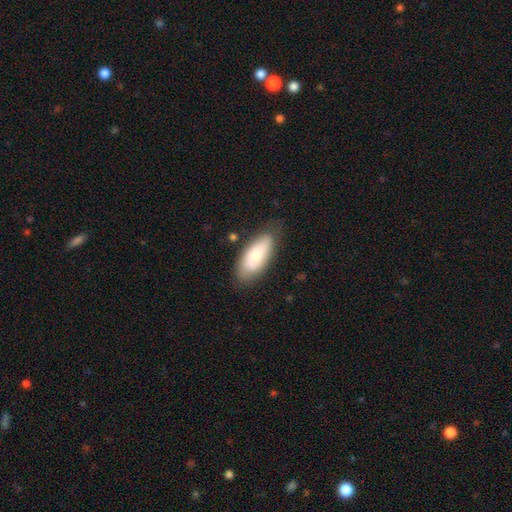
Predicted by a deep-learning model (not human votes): Smooth or featured? Predicted: smooth (p=0.74). How rounded? Predicted: in between (p=0.82). Merging? Predicted: none (p=0.72).